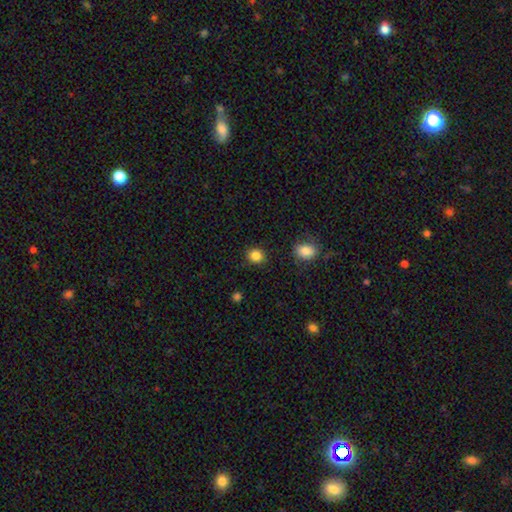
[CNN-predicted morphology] type=smooth (85%); roundness=round (80%); merging=none (88%).